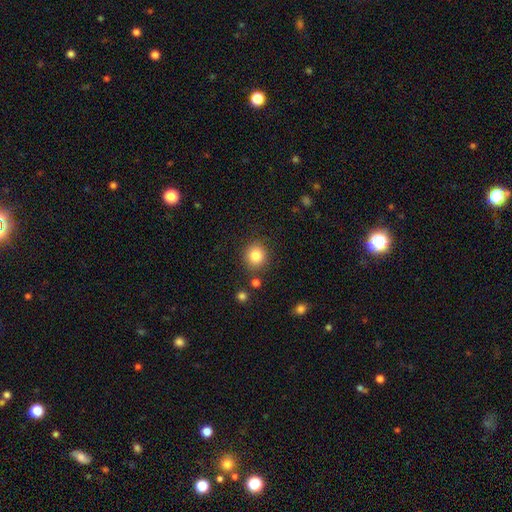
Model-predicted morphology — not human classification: Smooth or featured? smooth (84%)
How rounded? round (86%)
Merging? none (85%)